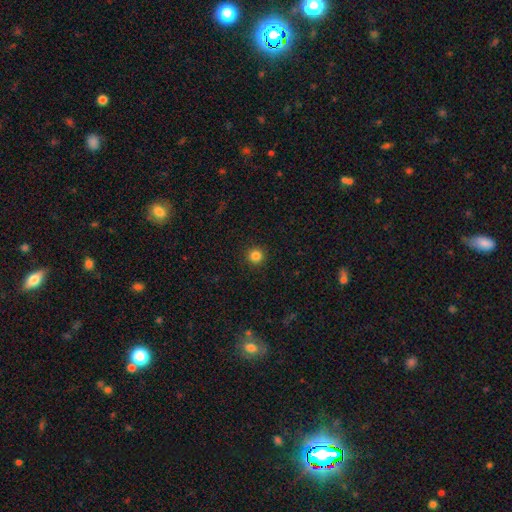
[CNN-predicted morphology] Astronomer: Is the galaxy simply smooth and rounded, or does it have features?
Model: smooth — 84%.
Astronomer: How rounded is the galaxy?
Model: round — 96%.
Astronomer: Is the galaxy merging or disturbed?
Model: none — 93%.